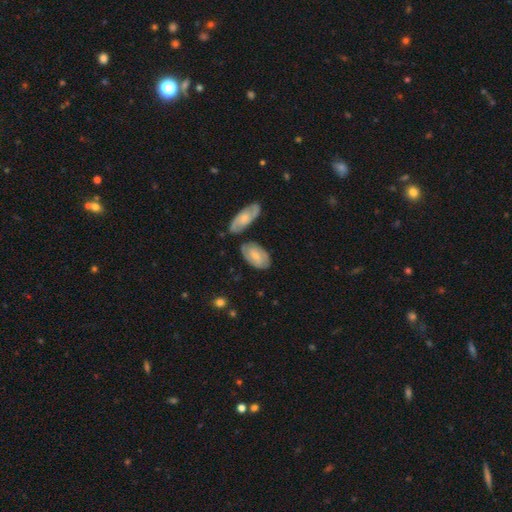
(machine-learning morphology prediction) The model was most divided on "smooth or featured" (2-way tie): featured or disk: 47%, smooth: 47%, star or artifact: 6%. More confident: merging — none (69%).